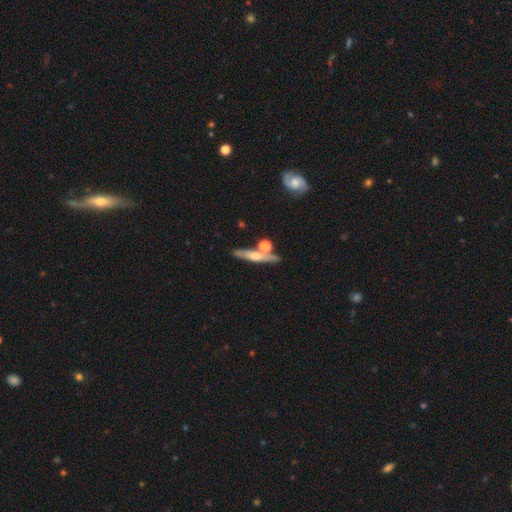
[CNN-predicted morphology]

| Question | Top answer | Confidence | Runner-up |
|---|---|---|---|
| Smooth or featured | featured or disk | 48% | smooth (43%) |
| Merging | none | 68% | merger (16%) |